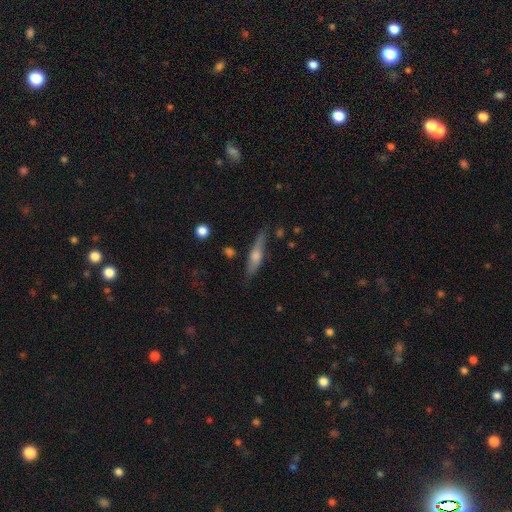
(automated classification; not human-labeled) A featured or disk galaxy (52%) viewed edge-on (91%). Merging: none (81%).